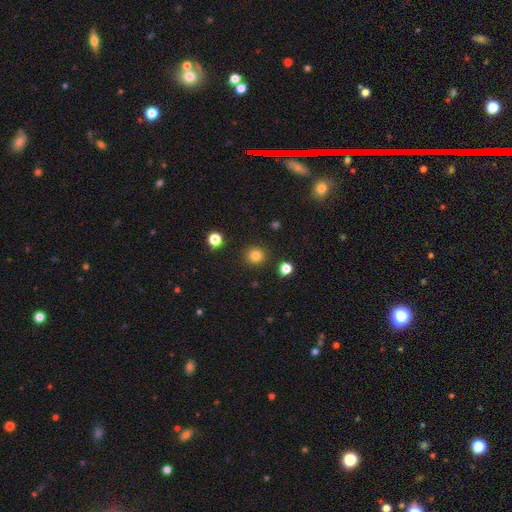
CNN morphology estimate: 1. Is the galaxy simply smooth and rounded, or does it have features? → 83% smooth, 12% star or artifact, 5% featured or disk.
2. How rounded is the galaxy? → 91% round, 8% in between, 1% cigar-shaped.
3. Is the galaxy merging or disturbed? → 90% none, 6% minor disturbance, 2% major disturbance, 2% merger.